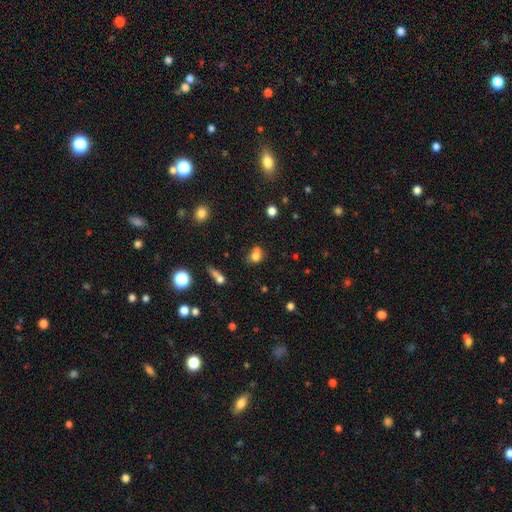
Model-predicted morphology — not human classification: A smooth galaxy with no disk features (74%) that is round (60%).

Vote fractions:
- Smooth or featured? smooth: 74% / star or artifact: 13% / featured or disk: 12%
- How rounded? round: 60% / in between: 38% / cigar-shaped: 2%
- Merging? none: 40% / merger: 36% / minor disturbance: 16% / major disturbance: 7%